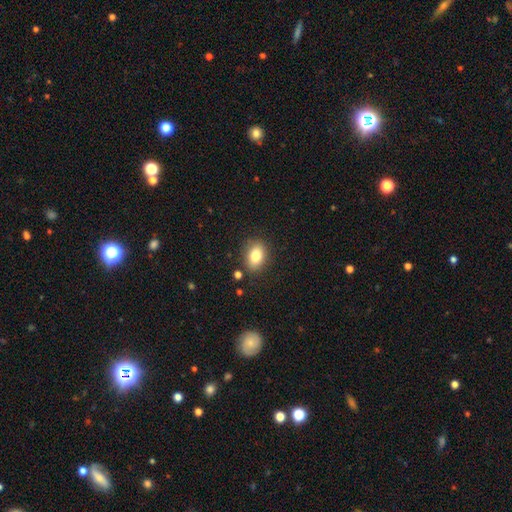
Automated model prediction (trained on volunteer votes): Smooth or featured: smooth — 82% (star or artifact — 9%)
How rounded: in between — 72% (round — 26%)
Merging: none — 84% (minor disturbance — 11%)